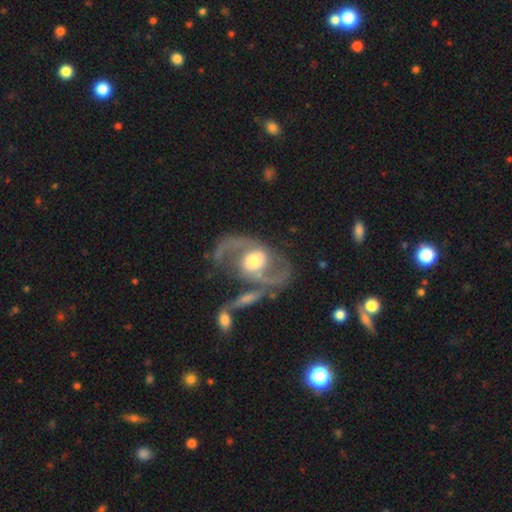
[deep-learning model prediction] Morphology: type=featured or disk (84%); edge-on=no (95%); bar=no (53%); spiral arms=yes (88%); winding=medium (48%); arm count=2 (90%); bulge=moderate (62%); merging=none (58%).